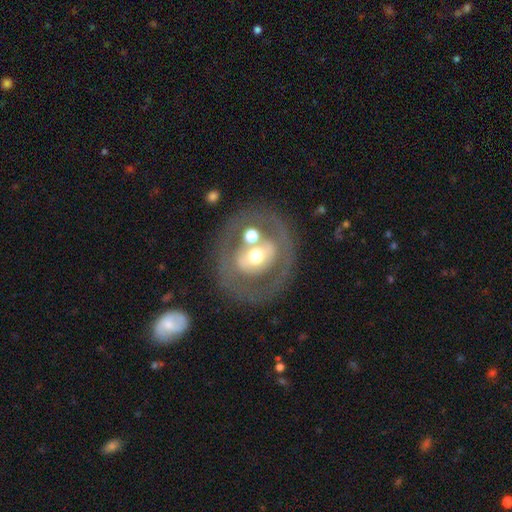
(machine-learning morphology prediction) type=featured or disk (61%); edge-on=no (94%); bar=no (58%); spiral arms=no (81%); bulge=moderate (65%); merging=none (65%).